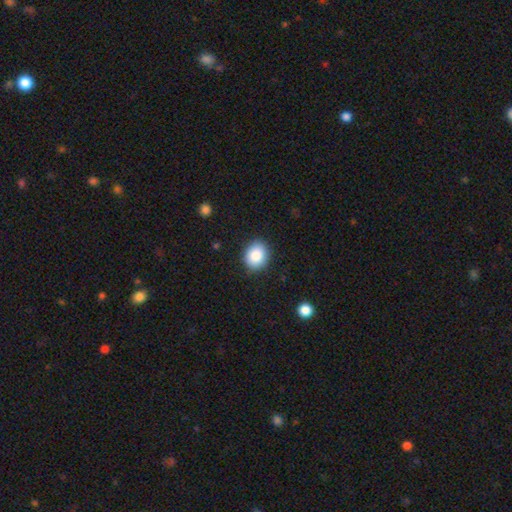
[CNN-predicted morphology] The model was most divided on "how rounded": round: 54%, in between: 45%, cigar-shaped: 1%. More confident: merging — none (88%); smooth or featured — smooth (86%).